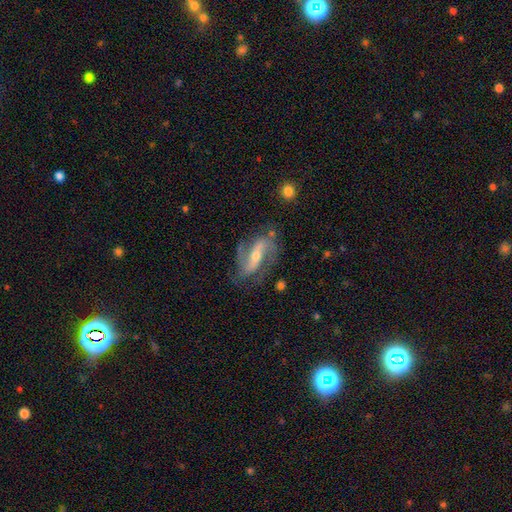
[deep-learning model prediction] A featured or disk galaxy (86%) with a strong bar (52%), 2 (87%) medium (43%) spiral arms (95%) and a small central bulge (48%).

Vote fractions:
- Smooth or featured? featured or disk: 86% / smooth: 8% / star or artifact: 6%
- Edge-on disk? no: 93% / yes: 7%
- Bar? strong: 52% / weak: 29% / no: 18%
- Spiral arms? yes: 95% / no: 5%
- Spiral winding? medium: 43% / loose: 39% / tight: 18%
- Spiral arm count? 2: 87% / can't tell: 5% / 3: 3% / 1: 3% / 4: 1% / more than 4: 1%
- Bulge size? small: 48% / moderate: 47% / large: 2% / none: 2% / dominant: 1%
- Merging? none: 70% / minor disturbance: 18% / major disturbance: 9% / merger: 2%